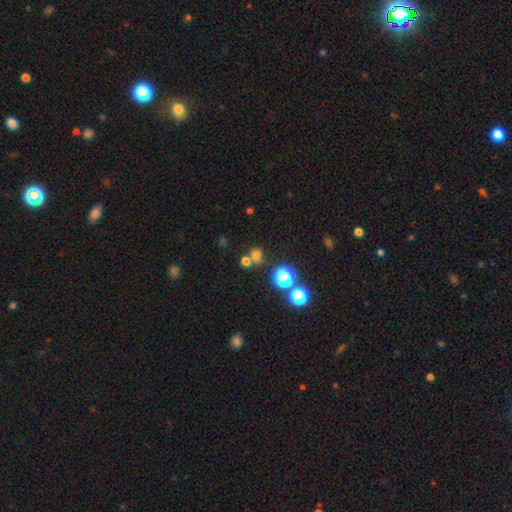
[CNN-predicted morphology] smooth_or_featured: smooth (p=0.63) [alt: star or artifact p=0.29]
how_rounded: round (p=0.74) [alt: in between p=0.24]
merging: none (p=0.59) [alt: merger p=0.27]